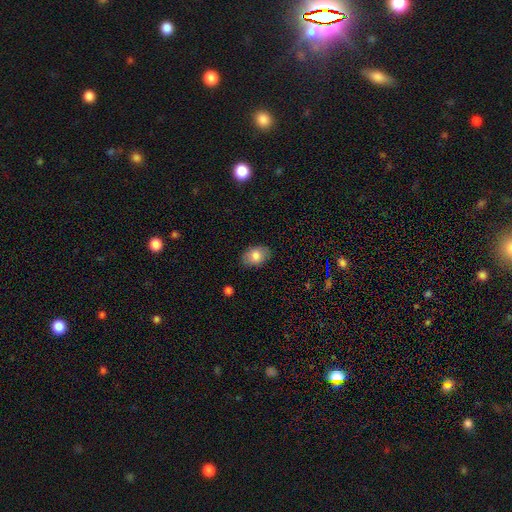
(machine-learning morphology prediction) This appears to be a smooth galaxy with no disk features (79%) that is in between round and cigar-shaped (84%). Merging: none (84%).